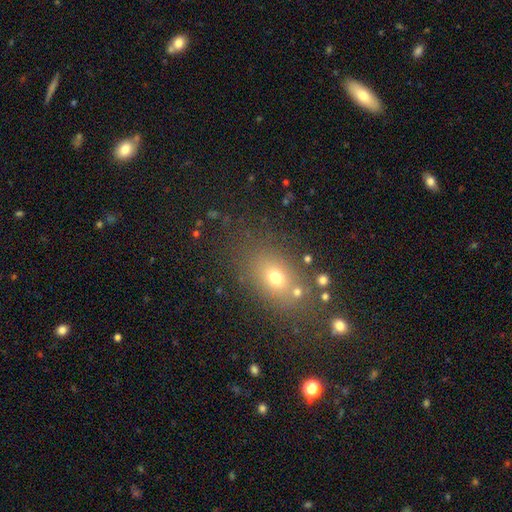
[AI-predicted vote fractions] smooth_or_featured: smooth (p=0.56) [alt: star or artifact p=0.29]
how_rounded: in between (p=0.59) [alt: round p=0.36]
merging: none (p=0.74) [alt: minor disturbance p=0.12]